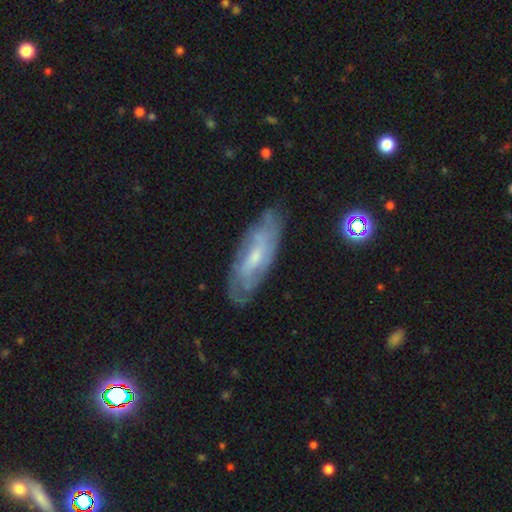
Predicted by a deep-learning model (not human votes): Smooth or featured? featured or disk (67%)
Edge-on disk? no (81%)
Bar? no (48%)
Spiral arms? yes (80%)
Bulge size? small (57%)
Merging? none (74%)